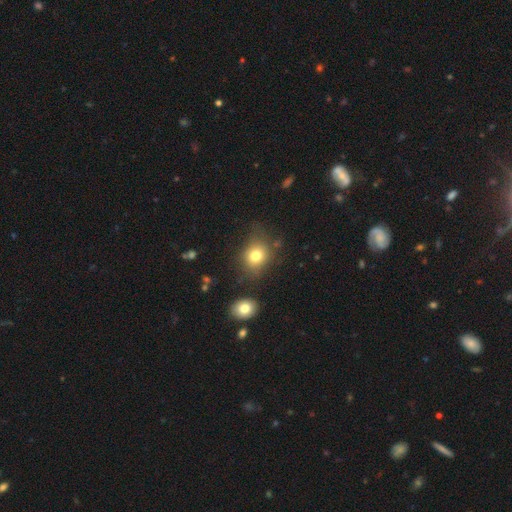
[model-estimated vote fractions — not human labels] smooth-or-featured: smooth: 77% | star or artifact: 13% | featured or disk: 10%
  how-rounded: round: 62% | in between: 37% | cigar-shaped: 1%
  merging: none: 69% | minor disturbance: 19% | major disturbance: 8% | merger: 5%